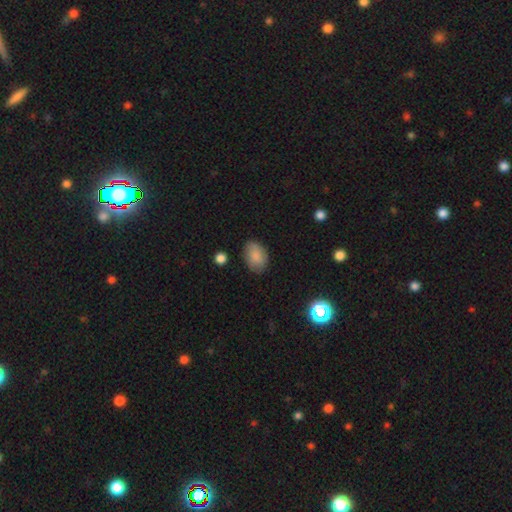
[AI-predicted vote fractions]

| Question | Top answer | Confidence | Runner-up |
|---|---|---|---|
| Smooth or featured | smooth | 84% | featured or disk (9%) |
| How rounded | in between | 85% | round (14%) |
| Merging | none | 79% | minor disturbance (16%) |